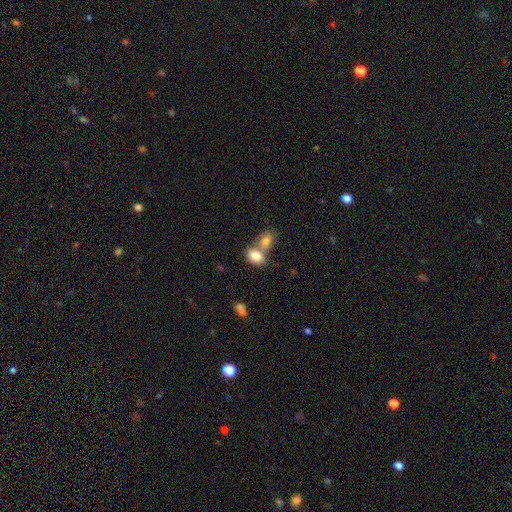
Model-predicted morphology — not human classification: Smooth or featured? Predicted: smooth (p=0.83). How rounded? Predicted: in between (p=0.81). Merging? Predicted: merger (p=0.57).